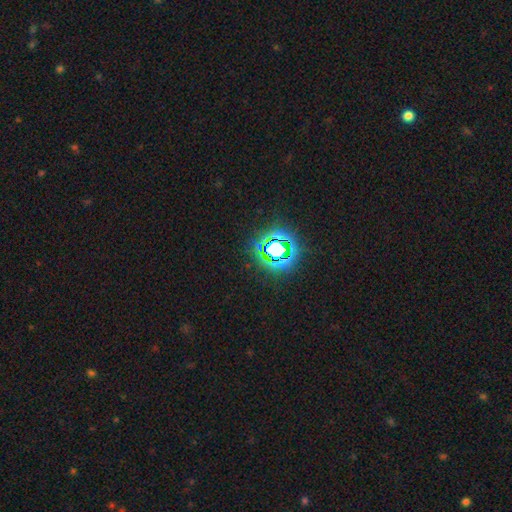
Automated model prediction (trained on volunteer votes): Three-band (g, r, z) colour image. It shows a star or artifact, not a galaxy (81%).